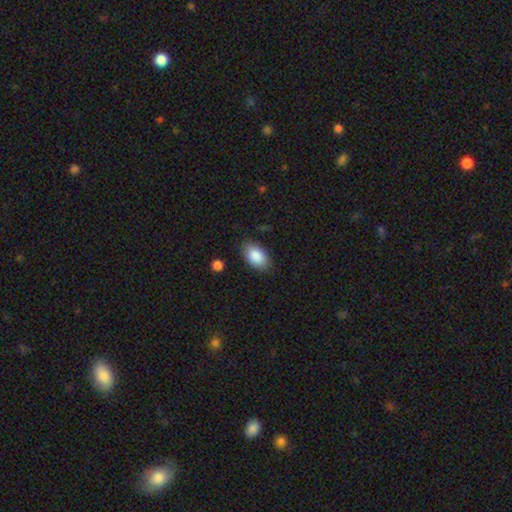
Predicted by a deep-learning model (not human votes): Morphology: type=smooth (88%); roundness=in between (93%); merging=none (83%).